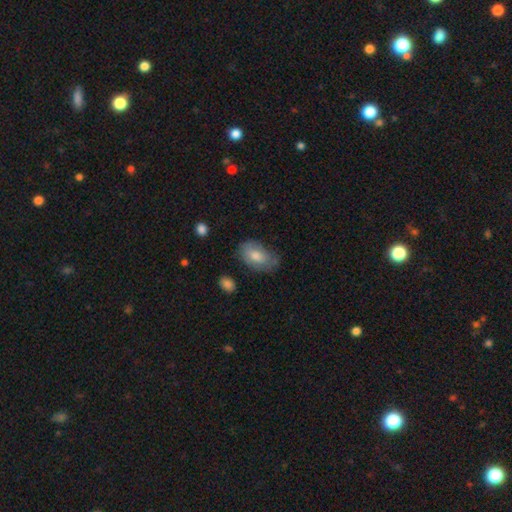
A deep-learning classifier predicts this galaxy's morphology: smooth-or-featured: smooth: 66% | featured or disk: 26% | star or artifact: 8%
  how-rounded: in between: 91% | round: 8% | cigar-shaped: 2%
  merging: none: 64% | minor disturbance: 27% | major disturbance: 7% | merger: 2%